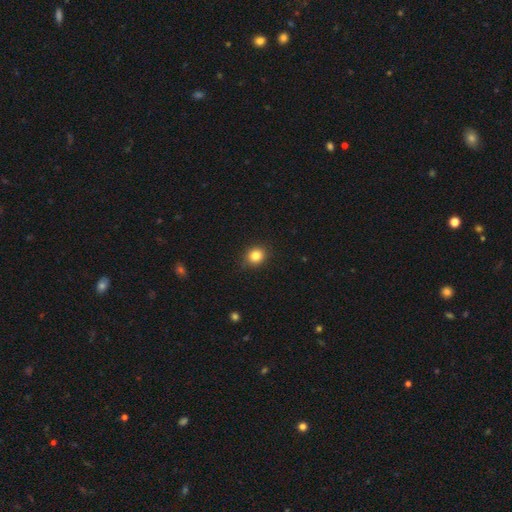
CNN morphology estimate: A smooth galaxy with no disk features (83%) that is round (76%). Merging: none (86%).